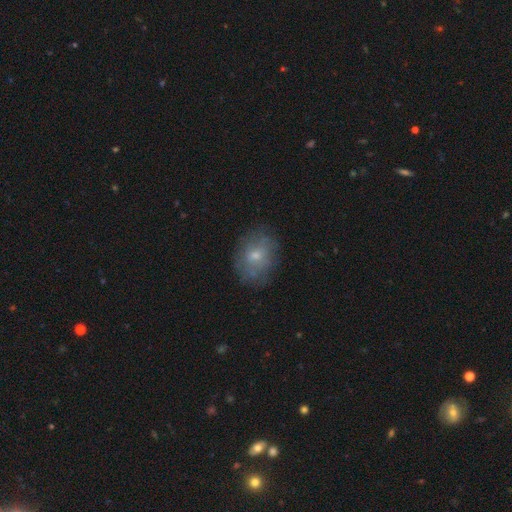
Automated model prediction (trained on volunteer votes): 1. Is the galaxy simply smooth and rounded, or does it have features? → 60% smooth, 28% featured or disk, 12% star or artifact.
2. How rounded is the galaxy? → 53% in between, 46% round, 1% cigar-shaped.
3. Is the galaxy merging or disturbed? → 77% none, 16% minor disturbance, 6% major disturbance, 1% merger.